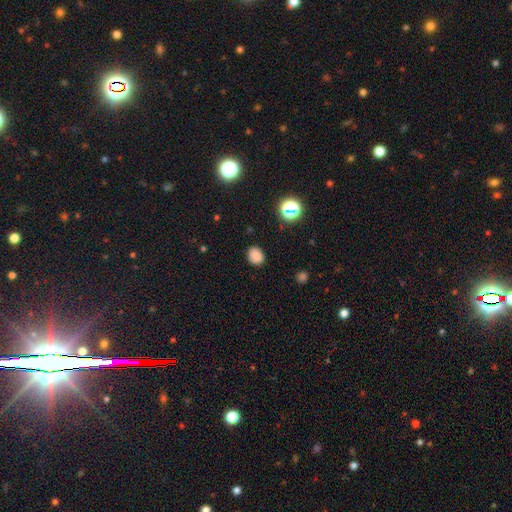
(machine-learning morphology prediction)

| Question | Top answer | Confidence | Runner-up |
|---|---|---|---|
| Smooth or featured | smooth | 82% | star or artifact (14%) |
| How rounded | round | 52% | in between (47%) |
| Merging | none | 86% | minor disturbance (10%) |